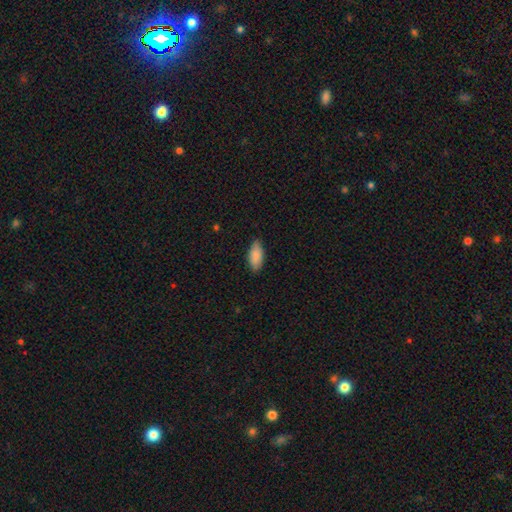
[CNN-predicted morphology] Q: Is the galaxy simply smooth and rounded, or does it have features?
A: smooth — 88%.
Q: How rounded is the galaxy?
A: in between — 87%.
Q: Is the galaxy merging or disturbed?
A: none — 81%.